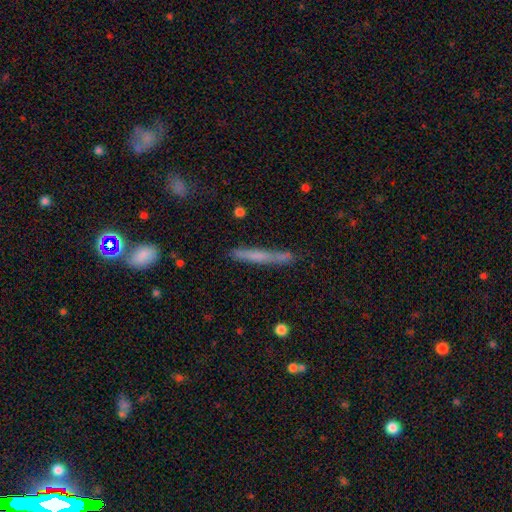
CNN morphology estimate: smooth 60%, featured or disk 33%, star or artifact 7%. Down the decision tree: how rounded — cigar-shaped (95%); merging — none (74%).